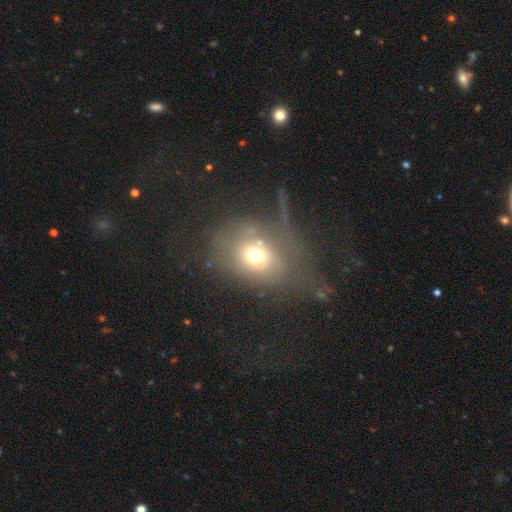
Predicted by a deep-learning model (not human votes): This is possibly a smooth galaxy (59%). How rounded: possibly round (55%). Merging: marginally none (37%).